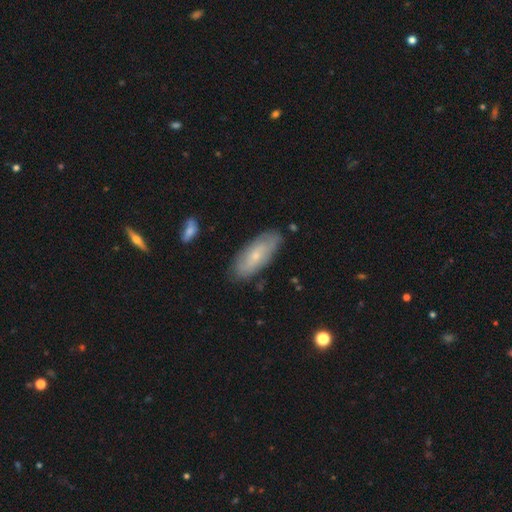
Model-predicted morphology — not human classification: smooth 52%, featured or disk 41%, star or artifact 7%. Down the decision tree: how rounded — in between (79%); merging — none (79%).